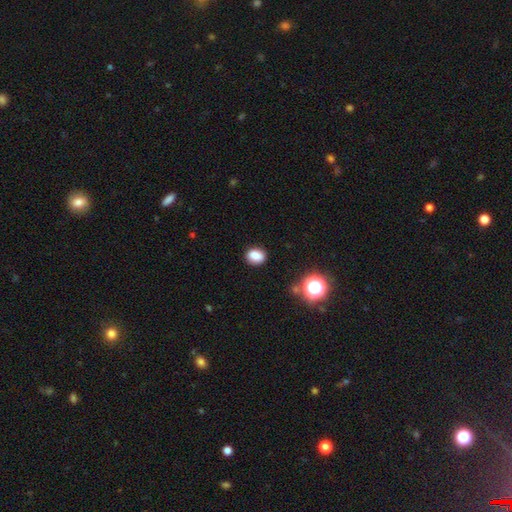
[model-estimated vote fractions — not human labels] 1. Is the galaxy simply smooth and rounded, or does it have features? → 84% smooth, 11% star or artifact, 5% featured or disk.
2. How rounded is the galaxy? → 56% in between, 42% round, 1% cigar-shaped.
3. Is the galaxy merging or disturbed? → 88% none, 8% minor disturbance, 2% major disturbance, 1% merger.